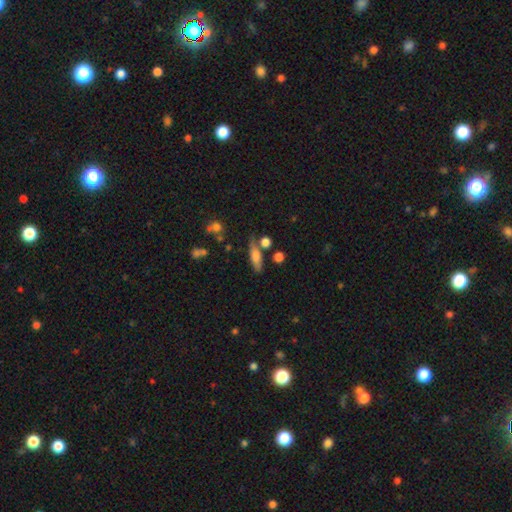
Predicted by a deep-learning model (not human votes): A smooth galaxy with no disk features (65%) that is cigar-shaped (55%).

Vote fractions:
- Smooth or featured? smooth: 65% / featured or disk: 26% / star or artifact: 9%
- How rounded? cigar-shaped: 55% / in between: 39% / round: 5%
- Merging? none: 63% / minor disturbance: 17% / merger: 13% / major disturbance: 7%